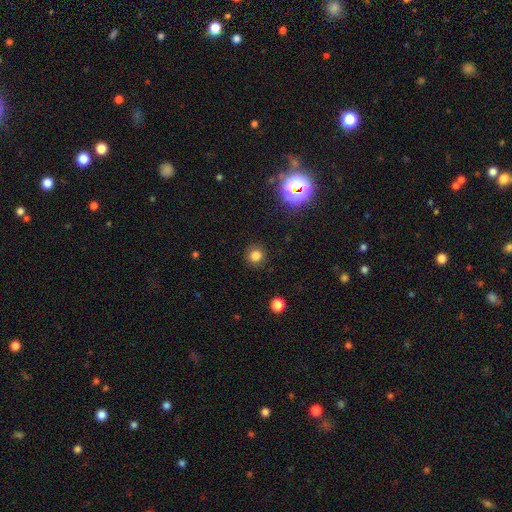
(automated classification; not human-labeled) Overall: smooth (79%). How rounded: round (91%). Merging: none (89%).